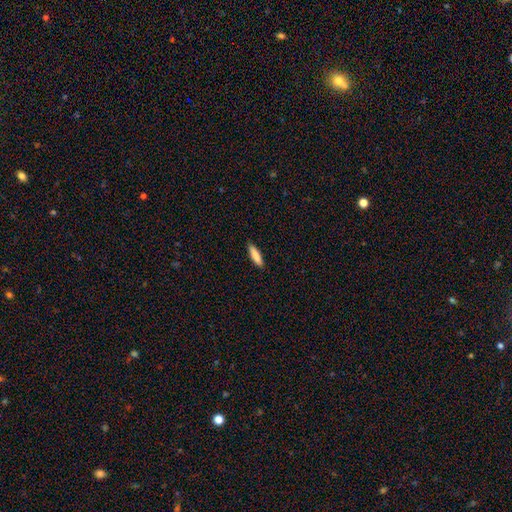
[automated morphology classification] A smooth galaxy with no disk features (85%) that is cigar-shaped (68%). Merging: none (88%).